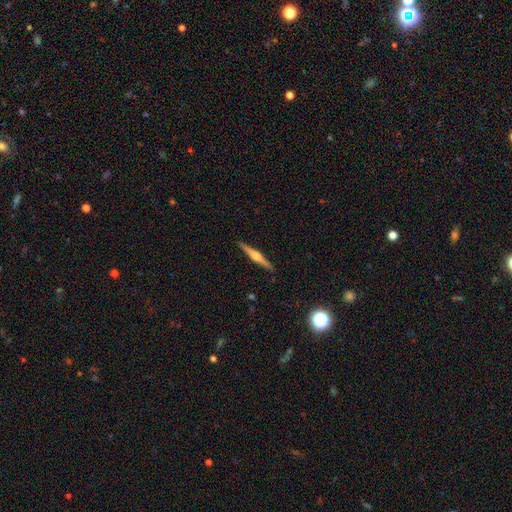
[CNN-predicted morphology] type=featured or disk (75%); edge-on=yes (98%); edge-on bulge=rounded (89%); merging=none (91%).